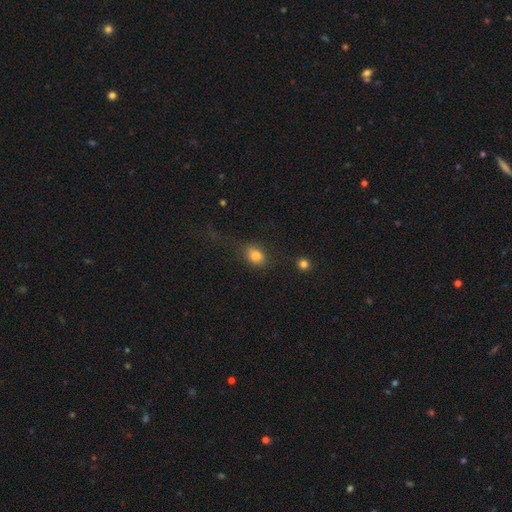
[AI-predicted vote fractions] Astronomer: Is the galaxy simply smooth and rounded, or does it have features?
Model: smooth — 82%.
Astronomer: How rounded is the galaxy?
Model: in between — 58% (runner-up: round, 41%).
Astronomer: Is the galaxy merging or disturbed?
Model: none — 66%.